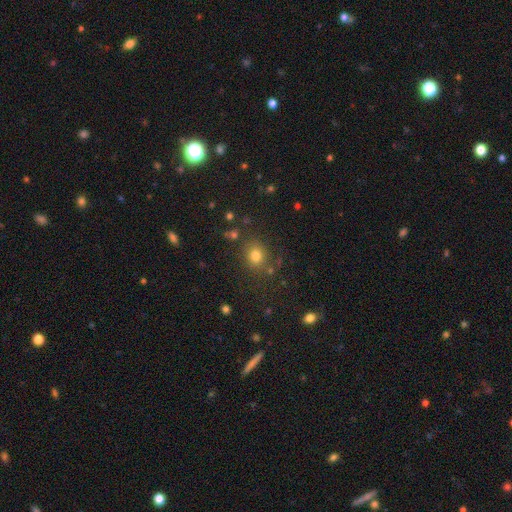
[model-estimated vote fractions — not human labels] The model was most divided on "how rounded": round: 72%, in between: 27%, cigar-shaped: 1%. More confident: merging — none (79%); smooth or featured — smooth (75%).